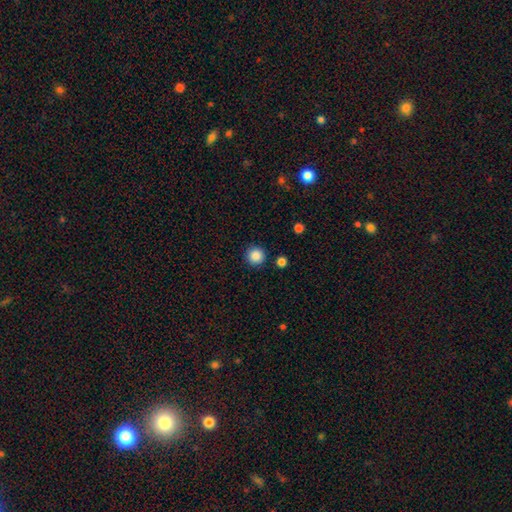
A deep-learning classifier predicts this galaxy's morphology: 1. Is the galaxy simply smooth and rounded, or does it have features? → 87% smooth, 10% star or artifact, 3% featured or disk.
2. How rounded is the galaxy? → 96% round, 3% in between, 1% cigar-shaped.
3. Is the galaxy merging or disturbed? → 90% none, 6% minor disturbance, 3% merger, 2% major disturbance.